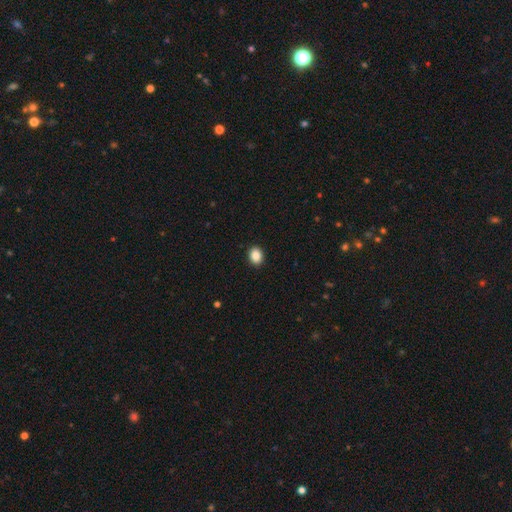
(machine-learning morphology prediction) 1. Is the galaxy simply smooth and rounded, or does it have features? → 88% smooth, 8% star or artifact, 3% featured or disk.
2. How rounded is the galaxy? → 57% in between, 42% round, 1% cigar-shaped.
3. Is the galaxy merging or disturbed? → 92% none, 6% minor disturbance, 2% major disturbance, 1% merger.